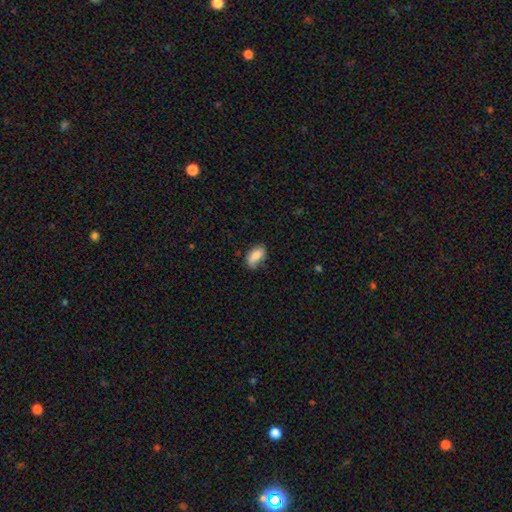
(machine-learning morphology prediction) smooth 82%, featured or disk 11%, star or artifact 7%. Down the decision tree: how rounded — in between (91%); merging — none (65%).